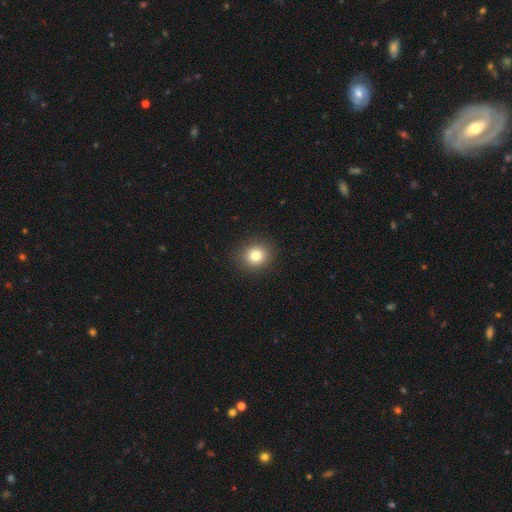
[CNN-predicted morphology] Smooth or featured? smooth (80%)
How rounded? round (85%)
Merging? none (91%)